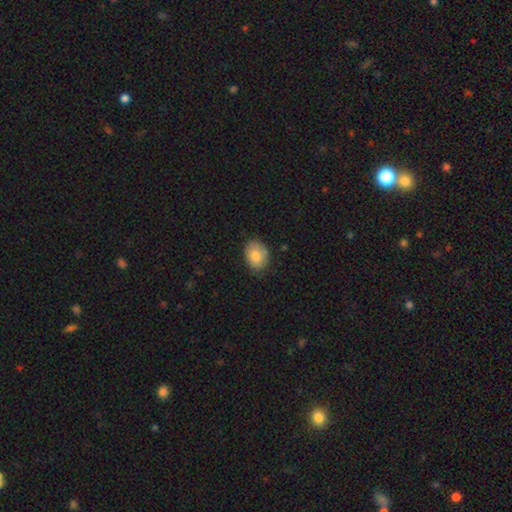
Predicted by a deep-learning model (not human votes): smooth-or-featured: smooth: 80% | featured or disk: 12% | star or artifact: 7%
  how-rounded: in between: 65% | round: 35% | cigar-shaped: 1%
  merging: none: 77% | minor disturbance: 18% | major disturbance: 3% | merger: 1%